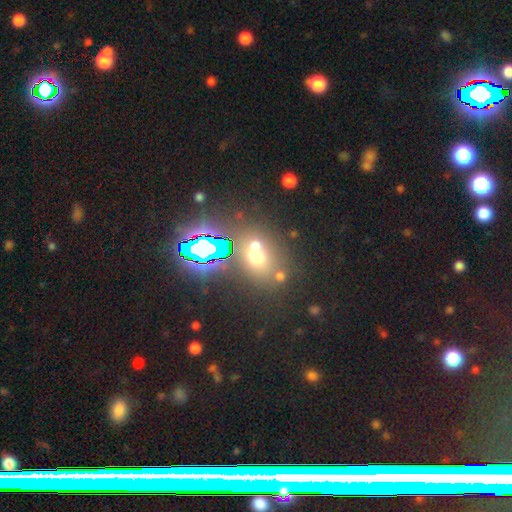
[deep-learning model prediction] smooth-or-featured: smooth: 53% | star or artifact: 31% | featured or disk: 17%
  how-rounded: in between: 49% (tied) | round: 49% (tied) | cigar-shaped: 2%
  merging: none: 52% | merger: 29% | minor disturbance: 12% | major disturbance: 7%